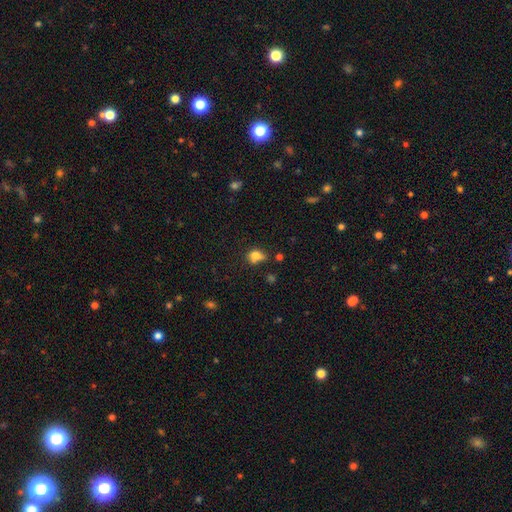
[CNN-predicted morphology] Q: Smooth or featured?
A: smooth (78%); runner-up: star or artifact (13%)
Q: How rounded?
A: in between (56%); runner-up: round (42%)
Q: Merging?
A: none (41%); runner-up: minor disturbance (27%)